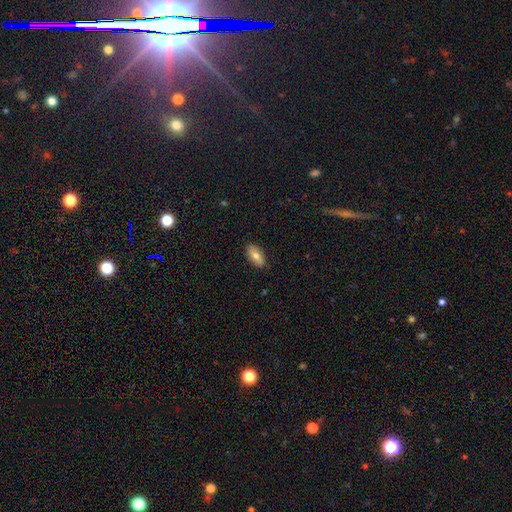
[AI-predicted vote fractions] This appears to be a smooth galaxy with no disk features (74%) that is in between round and cigar-shaped (90%). Merging: none (88%).